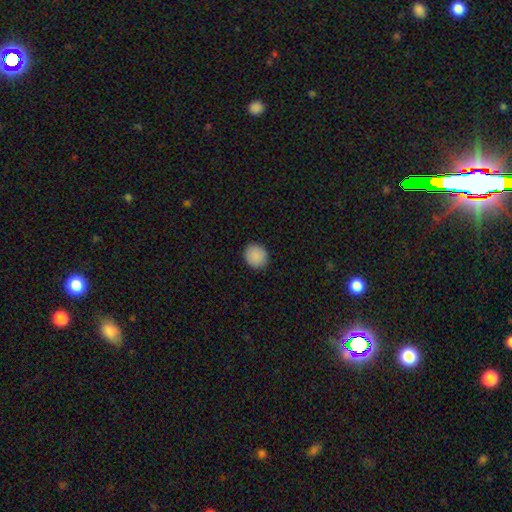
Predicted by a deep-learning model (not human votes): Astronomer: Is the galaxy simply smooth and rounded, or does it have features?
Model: smooth — 89%.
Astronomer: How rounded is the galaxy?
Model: round — 79%.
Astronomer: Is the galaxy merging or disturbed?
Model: none — 90%.